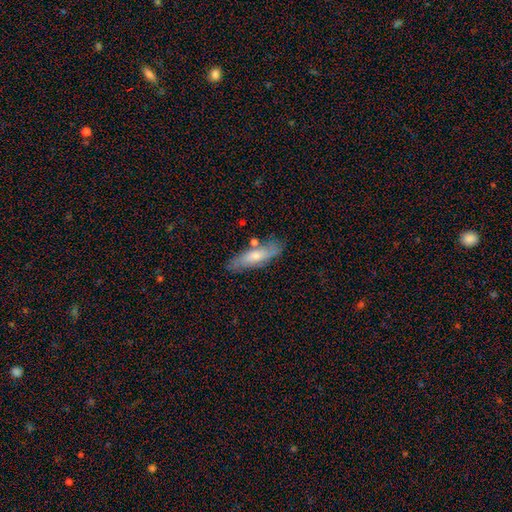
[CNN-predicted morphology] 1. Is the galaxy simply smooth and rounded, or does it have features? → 62% smooth, 32% featured or disk, 6% star or artifact.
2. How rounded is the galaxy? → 57% cigar-shaped, 41% in between, 2% round.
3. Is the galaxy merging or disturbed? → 73% none, 16% minor disturbance, 7% merger, 3% major disturbance.